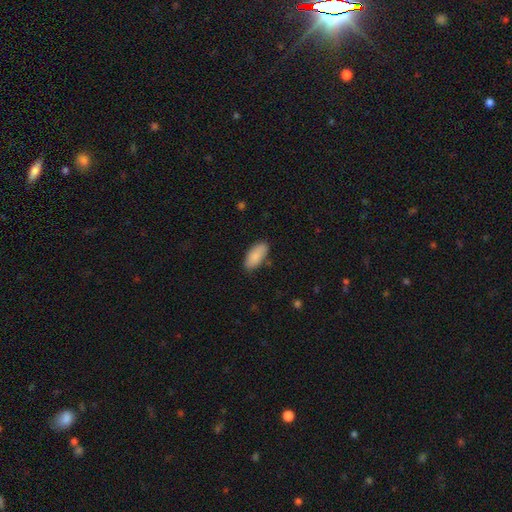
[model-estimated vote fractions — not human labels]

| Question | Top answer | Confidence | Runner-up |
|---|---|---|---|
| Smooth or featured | smooth | 88% | featured or disk (6%) |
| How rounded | in between | 89% | cigar-shaped (10%) |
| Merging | none | 84% | minor disturbance (12%) |